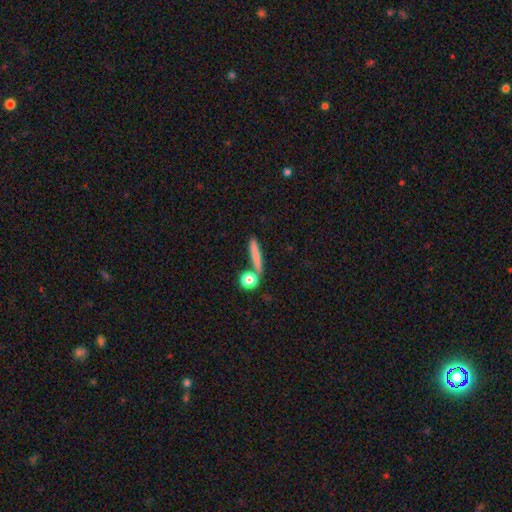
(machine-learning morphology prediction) Smooth or featured? Predicted: smooth (p=0.73). How rounded? Predicted: cigar-shaped (p=0.71). Merging? Predicted: none (p=0.72).